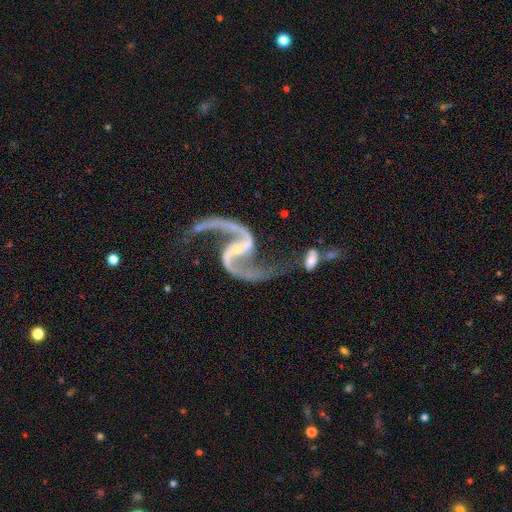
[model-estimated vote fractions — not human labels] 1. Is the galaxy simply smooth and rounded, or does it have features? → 94% featured or disk, 4% star or artifact, 2% smooth.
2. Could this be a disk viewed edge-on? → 98% no, 2% yes.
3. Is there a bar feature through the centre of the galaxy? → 38% weak, 34% no, 28% strong.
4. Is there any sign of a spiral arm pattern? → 98% yes, 2% no.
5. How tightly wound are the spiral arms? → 65% loose, 29% medium, 7% tight.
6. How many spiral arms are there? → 95% 2, 1% 1, 1% can't tell, 1% 3, 1% 4, 1% more than 4.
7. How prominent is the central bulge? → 74% small, 14% moderate, 9% none, 1% large, 1% dominant.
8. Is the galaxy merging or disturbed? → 52% none, 19% minor disturbance, 14% major disturbance, 14% merger.